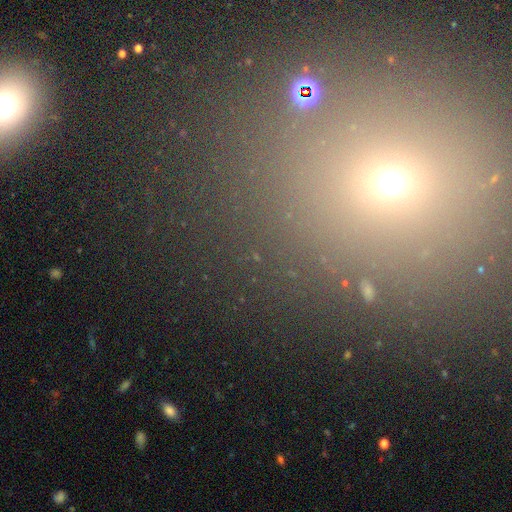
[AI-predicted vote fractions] This appears to be a smooth galaxy with no disk features (46%). Merging: none (83%).